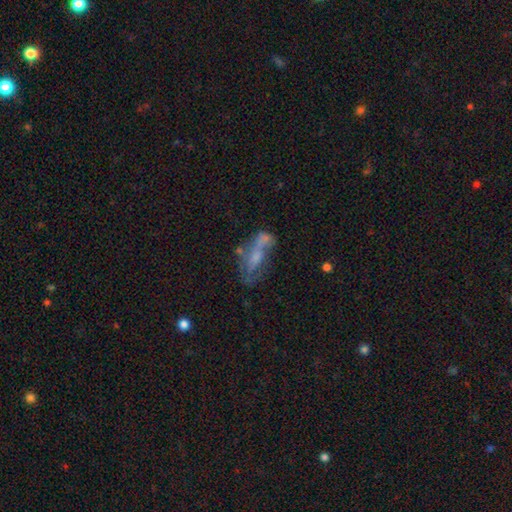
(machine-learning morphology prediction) Q: Smooth or featured?
A: featured or disk (52%); runner-up: smooth (38%)
Q: Edge-on disk?
A: no (85%); runner-up: yes (15%)
Q: Merging?
A: none (34%); runner-up: major disturbance (25%)